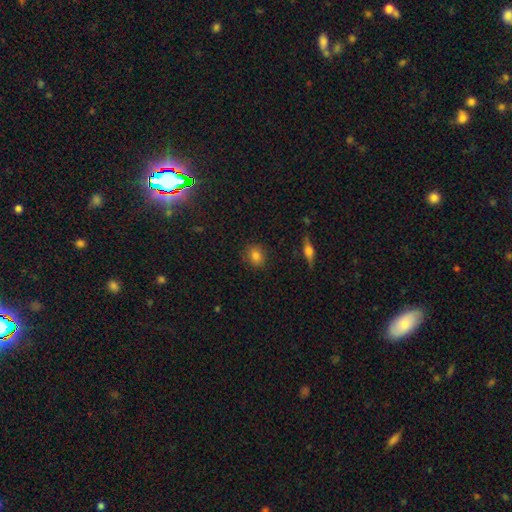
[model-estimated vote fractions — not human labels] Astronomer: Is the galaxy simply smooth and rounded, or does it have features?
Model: smooth — 82%.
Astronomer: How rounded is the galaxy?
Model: round — 67%.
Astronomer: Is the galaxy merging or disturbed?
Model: none — 86%.